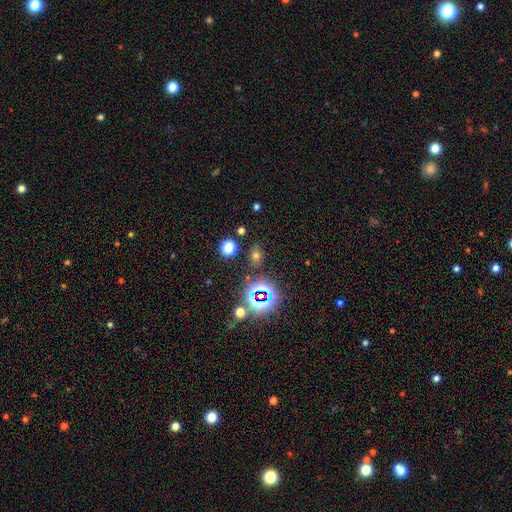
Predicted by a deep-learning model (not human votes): Smooth or featured? smooth (55%)
How rounded? in between (50%)
Merging? none (81%)